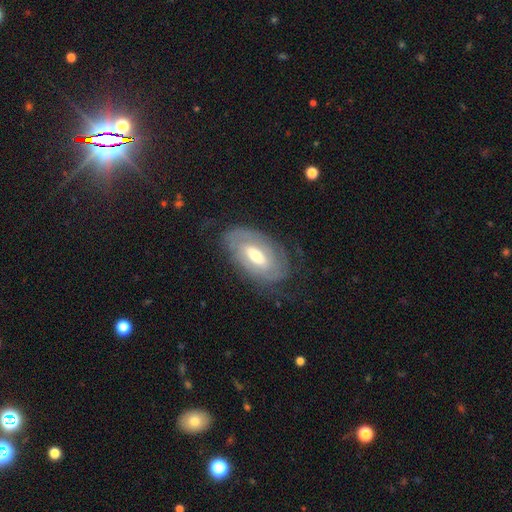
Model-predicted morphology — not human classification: Overall: featured or disk (73%). Edge-on disk: no (92%). Bar: weak (44%; no 36%). Spiral arms: yes (78%). Spiral arm count: can't tell (46%; 2 37%). Spiral winding: tight (65%; medium 25%). Bulge size: moderate (64%). Merging: none (69%).